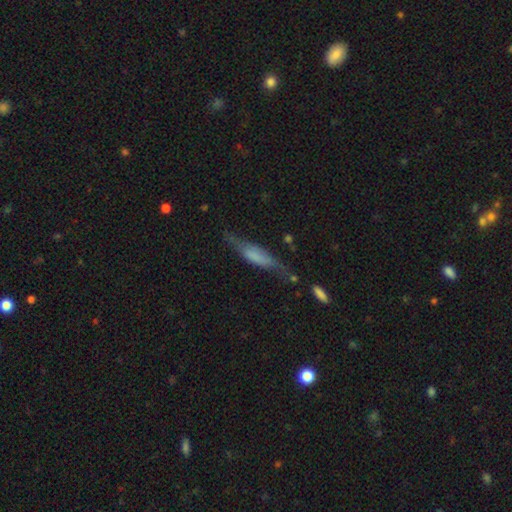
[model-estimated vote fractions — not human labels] Q: Smooth or featured?
A: featured or disk (48%); runner-up: smooth (44%)
Q: Merging?
A: none (60%); runner-up: minor disturbance (24%)